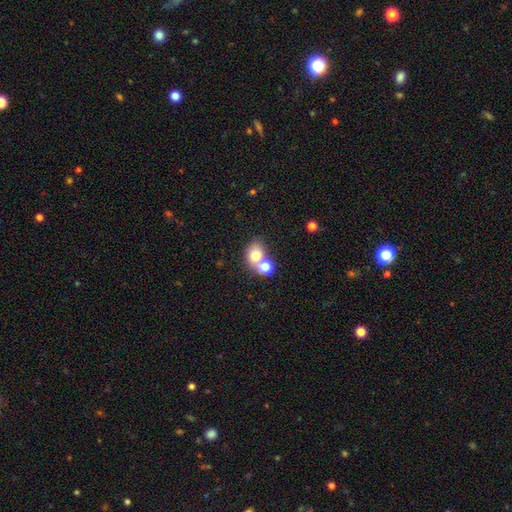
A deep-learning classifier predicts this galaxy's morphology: Overall: smooth (75%). How rounded: round (55%; in between 44%). Merging: merger (55%; none 34%).